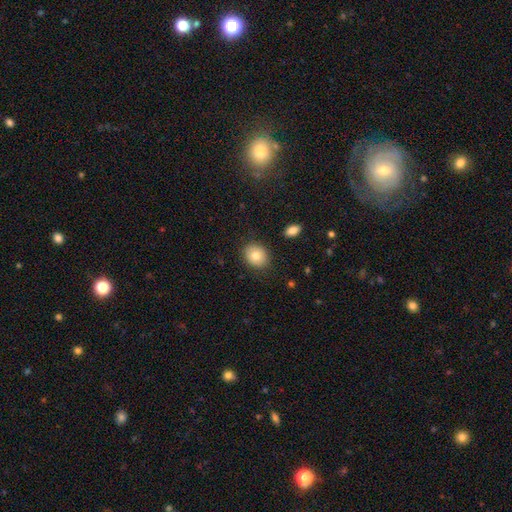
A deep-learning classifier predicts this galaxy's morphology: The model was most divided on "how rounded": round: 57%, in between: 42%, cigar-shaped: 1%. More confident: merging — none (86%); smooth or featured — smooth (80%).